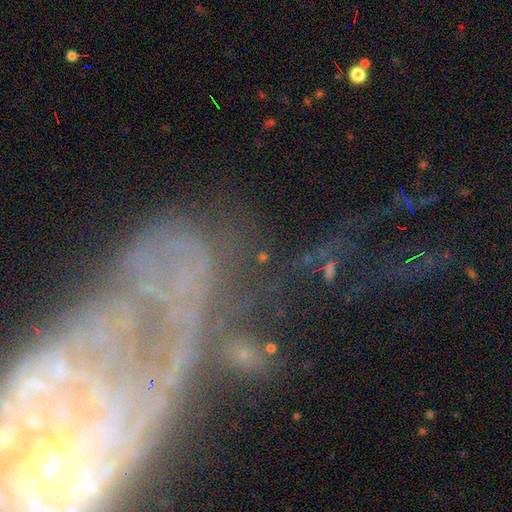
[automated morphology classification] This appears to be a featured or disk galaxy (64%) with no bar (58%), spiral arms (68%) and a small central bulge (43%). Merging: none (38%).